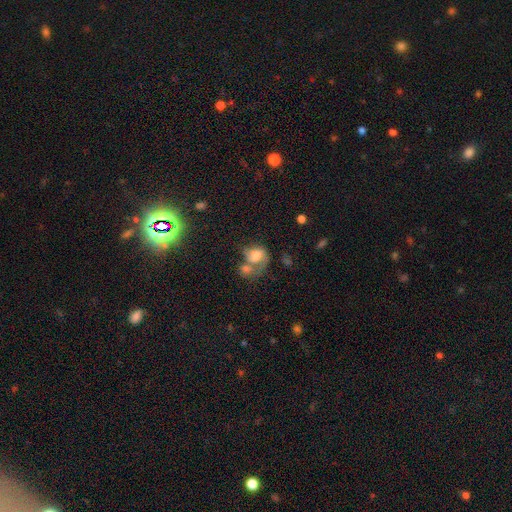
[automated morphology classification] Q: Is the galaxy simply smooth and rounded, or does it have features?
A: featured or disk — 46%.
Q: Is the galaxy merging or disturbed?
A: merger — 49%.